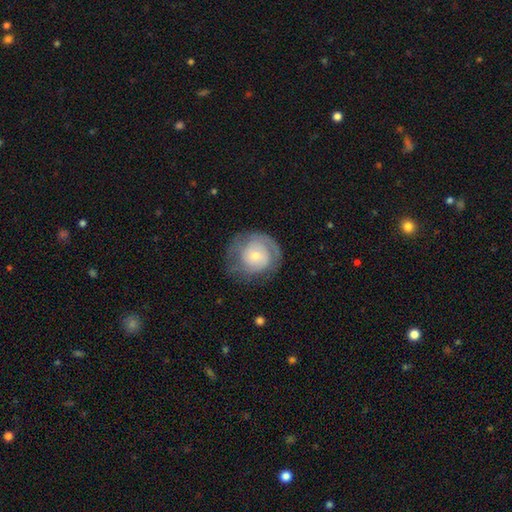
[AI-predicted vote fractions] featured or disk 63%, smooth 30%, star or artifact 6%. Down the decision tree: edge-on disk — no (97%); bar — no (74%); spiral arms — yes (84%); spiral arm count — 2 (38%); spiral winding — tight (58%); bulge size — small (53%); merging — none (67%).